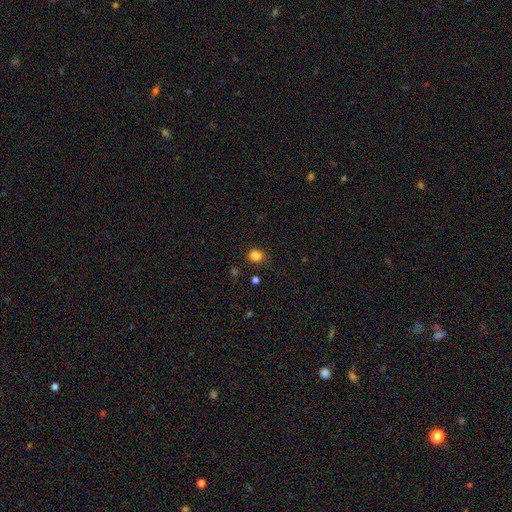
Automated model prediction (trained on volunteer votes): This appears to be a smooth galaxy with no disk features (83%) that is round (58%). Merging: none (77%).